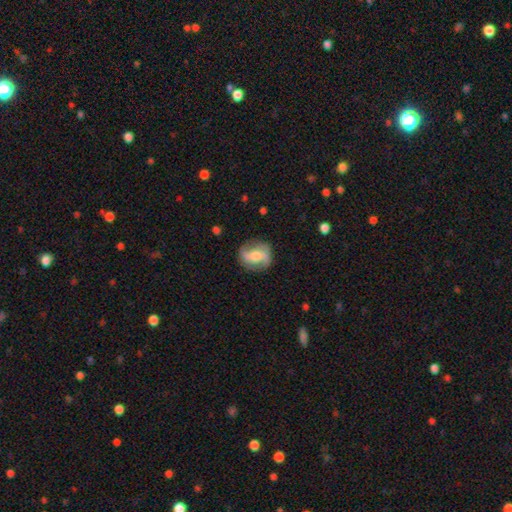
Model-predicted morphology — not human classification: Smooth or featured? featured or disk (66%)
Edge-on disk? no (95%)
Bar? weak (38%, tied with no)
Spiral arms? yes (88%)
Spiral winding? loose (50%)
Spiral arm count? 2 (82%)
Bulge size? moderate (48%)
Merging? none (77%)